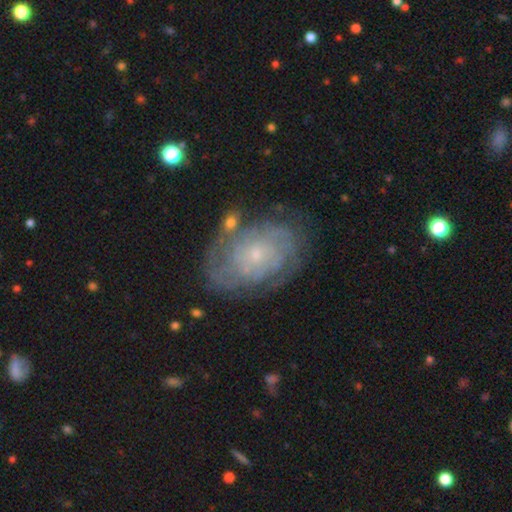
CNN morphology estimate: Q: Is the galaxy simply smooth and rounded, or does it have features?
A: featured or disk — 76%.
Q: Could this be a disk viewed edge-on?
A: no — 97%.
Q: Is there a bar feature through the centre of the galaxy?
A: no — 78%.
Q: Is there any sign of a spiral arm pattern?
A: yes — 86%.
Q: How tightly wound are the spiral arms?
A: tight — 70%.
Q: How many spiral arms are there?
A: can't tell — 51%.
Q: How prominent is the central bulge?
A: small — 75%.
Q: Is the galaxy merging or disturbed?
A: none — 66%.